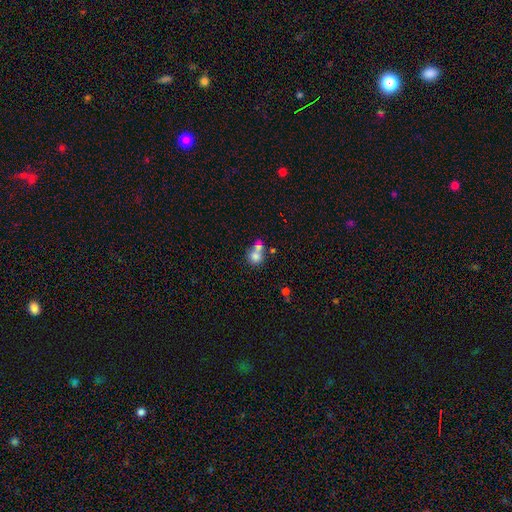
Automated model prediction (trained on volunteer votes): smooth 72%, featured or disk 17%, star or artifact 11%. Down the decision tree: how rounded — round (76%); merging — merger (58%).